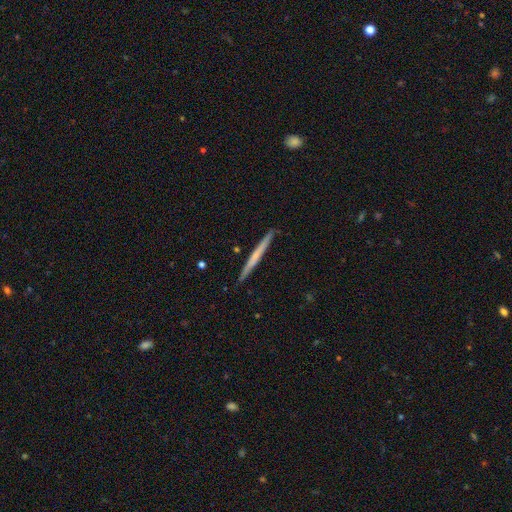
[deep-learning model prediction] The model was most divided on "smooth or featured" (2-way tie): smooth: 47%, featured or disk: 47%, star or artifact: 5%. More confident: merging — none (91%).